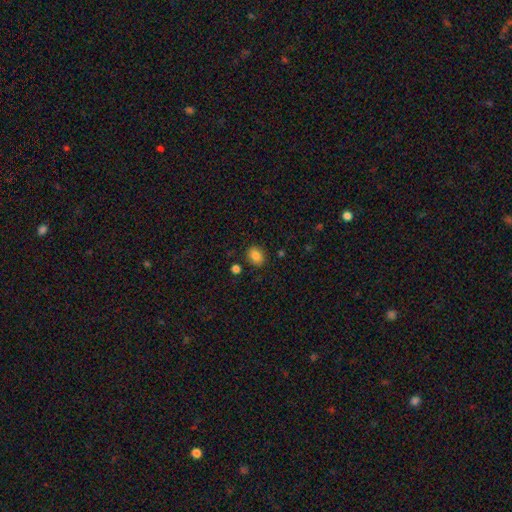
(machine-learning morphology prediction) Smooth or featured: smooth — 85% (star or artifact — 10%)
How rounded: in between — 50% (round — 49%)
Merging: none — 86% (minor disturbance — 9%)